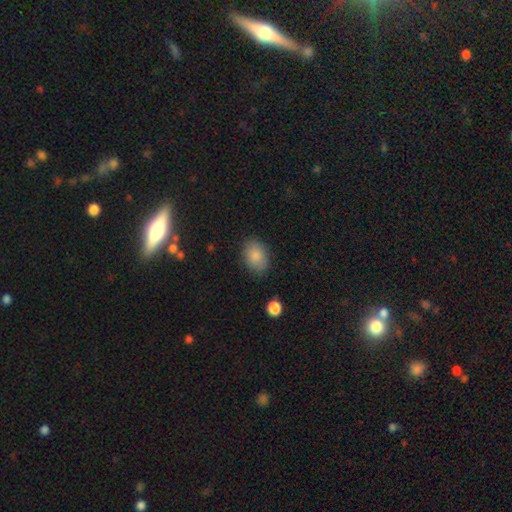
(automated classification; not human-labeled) Smooth or featured? smooth (86%)
How rounded? in between (74%)
Merging? none (81%)